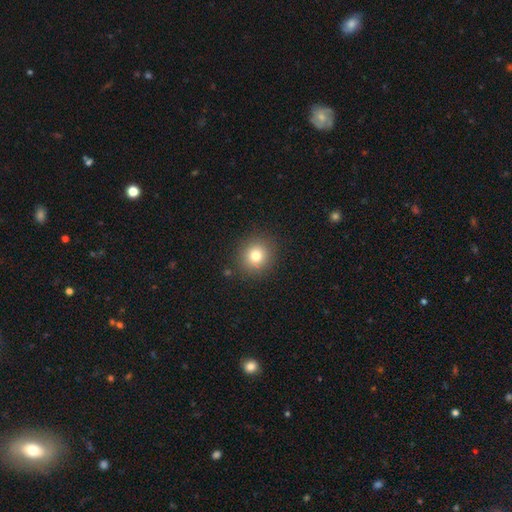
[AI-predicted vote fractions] Overall: smooth (78%). How rounded: round (88%). Merging: none (88%).